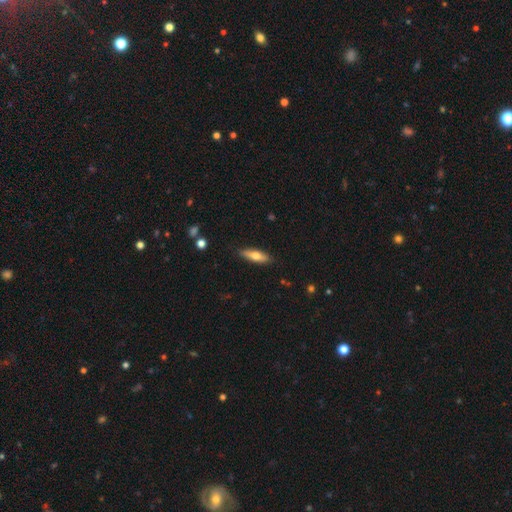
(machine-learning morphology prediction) type=smooth (61%); roundness=cigar-shaped (56%); merging=none (87%).